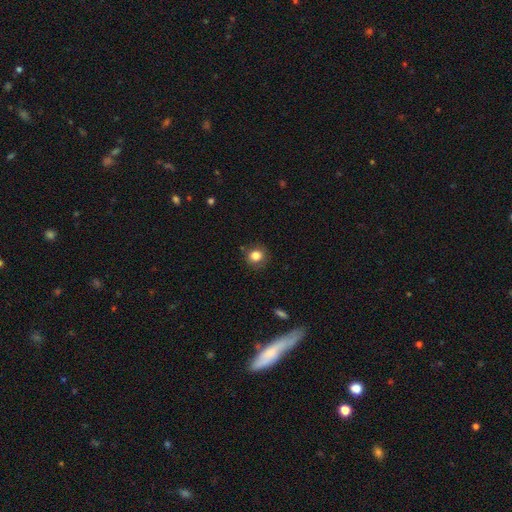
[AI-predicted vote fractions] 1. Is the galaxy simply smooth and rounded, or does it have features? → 83% smooth, 11% star or artifact, 6% featured or disk.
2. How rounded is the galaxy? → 83% round, 16% in between, 1% cigar-shaped.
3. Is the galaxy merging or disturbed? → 84% none, 11% minor disturbance, 3% major disturbance, 2% merger.